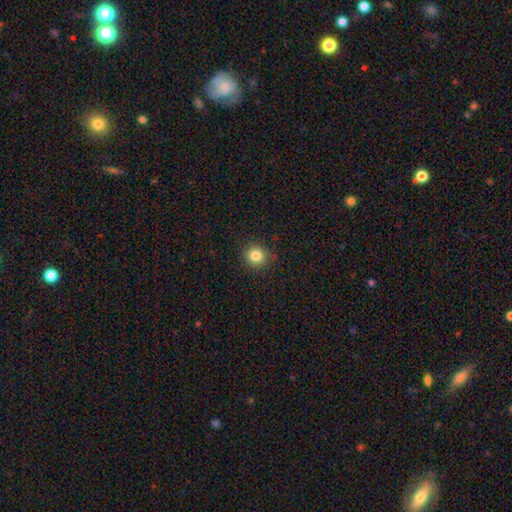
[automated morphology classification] A smooth galaxy with no disk features (83%) that is round (91%). Merging: none (89%).